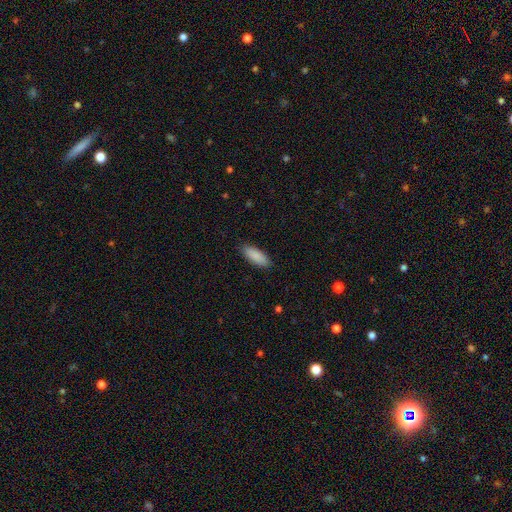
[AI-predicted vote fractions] smooth 90%, star or artifact 6%, featured or disk 4%. Down the decision tree: how rounded — in between (73%); merging — none (89%).